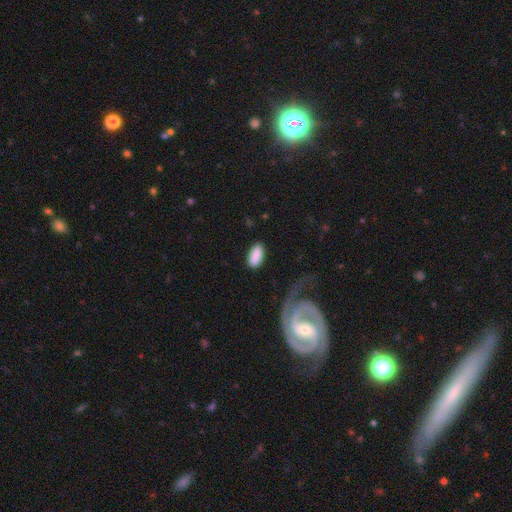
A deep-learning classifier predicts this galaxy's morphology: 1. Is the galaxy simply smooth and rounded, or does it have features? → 87% smooth, 7% featured or disk, 6% star or artifact.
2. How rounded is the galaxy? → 93% in between, 5% cigar-shaped, 2% round.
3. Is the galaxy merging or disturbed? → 78% none, 13% minor disturbance, 6% major disturbance, 3% merger.